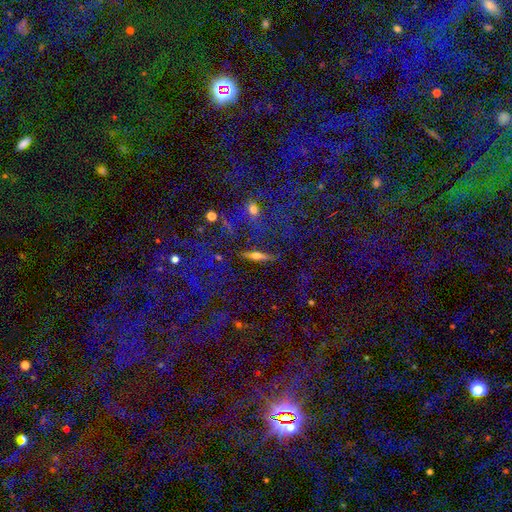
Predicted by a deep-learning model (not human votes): A featured or disk galaxy (57%) viewed edge-on (92%) with a rounded central bulge (93%).

Vote fractions:
- Smooth or featured? featured or disk: 57% / smooth: 28% / star or artifact: 15%
- Edge-on disk? yes: 92% / no: 8%
- Edge-on bulge? rounded: 93% / boxy: 4% / none: 3%
- Merging? none: 85% / minor disturbance: 9% / major disturbance: 3% / merger: 3%